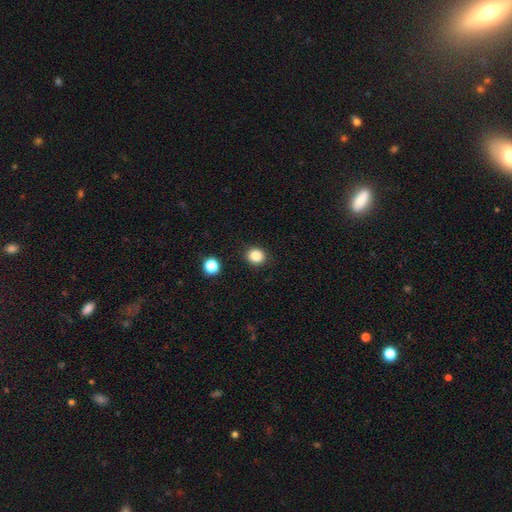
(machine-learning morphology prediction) smooth 84%, star or artifact 12%, featured or disk 4%. Down the decision tree: how rounded — round (80%); merging — none (89%).